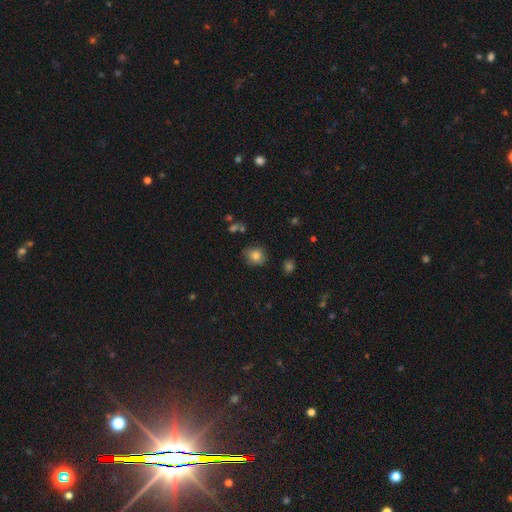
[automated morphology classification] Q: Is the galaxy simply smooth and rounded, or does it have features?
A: smooth — 81%.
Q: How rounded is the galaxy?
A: round — 65%.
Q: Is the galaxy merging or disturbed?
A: none — 79%.